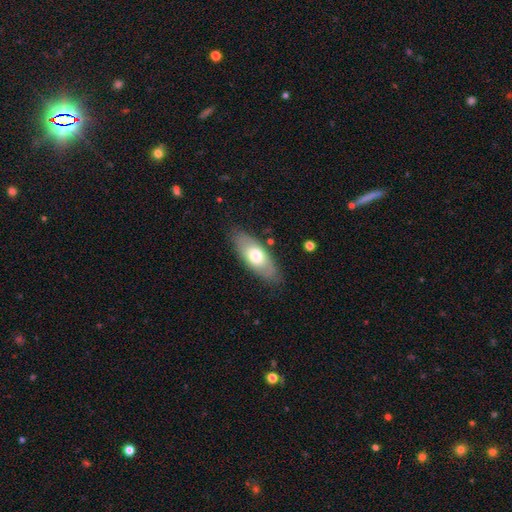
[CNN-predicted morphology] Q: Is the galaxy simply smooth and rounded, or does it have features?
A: smooth — 63%.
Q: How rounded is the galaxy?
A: in between — 84%.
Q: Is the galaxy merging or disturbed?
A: none — 82%.